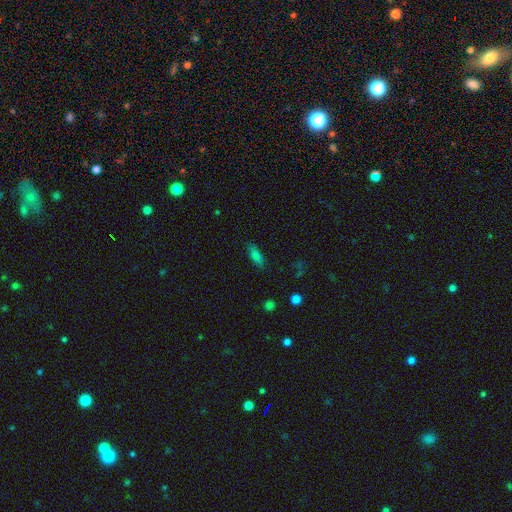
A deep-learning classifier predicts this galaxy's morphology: smooth_or_featured: smooth (p=0.75) [alt: featured or disk p=0.14]
how_rounded: in between (p=0.65) [alt: cigar-shaped p=0.31]
merging: none (p=0.83) [alt: minor disturbance p=0.13]